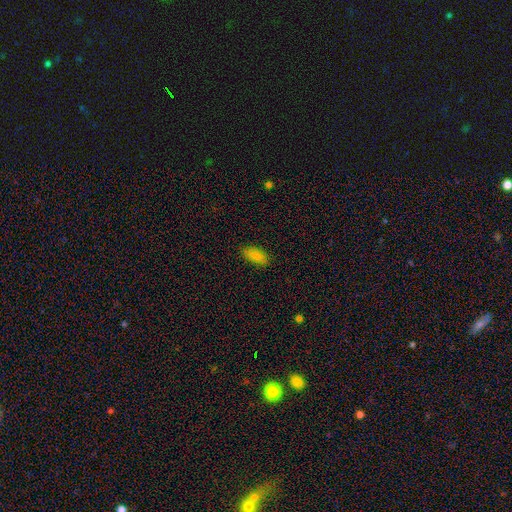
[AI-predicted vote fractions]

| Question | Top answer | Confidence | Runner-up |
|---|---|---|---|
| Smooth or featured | smooth | 86% | star or artifact (9%) |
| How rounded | in between | 89% | cigar-shaped (8%) |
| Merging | none | 86% | minor disturbance (11%) |